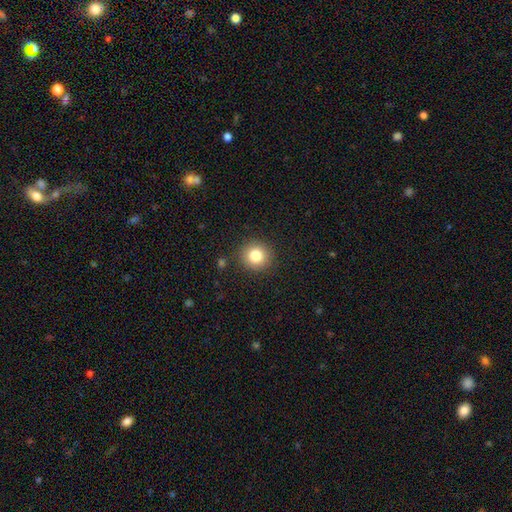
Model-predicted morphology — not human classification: The model was most divided on "smooth or featured": smooth: 81%, star or artifact: 11%, featured or disk: 8%. More confident: how rounded — round (92%); merging — none (89%).